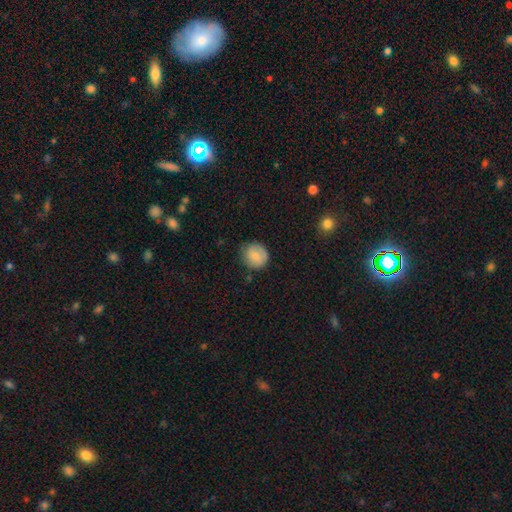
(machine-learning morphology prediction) Q: Smooth or featured?
A: smooth (81%); runner-up: featured or disk (11%)
Q: How rounded?
A: round (87%); runner-up: in between (12%)
Q: Merging?
A: none (76%); runner-up: minor disturbance (18%)